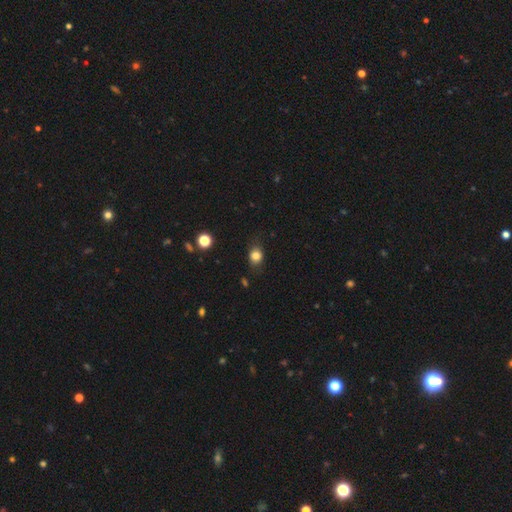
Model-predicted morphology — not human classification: A smooth galaxy with no disk features (81%) that is in between round and cigar-shaped (50%). Merging: none (74%).